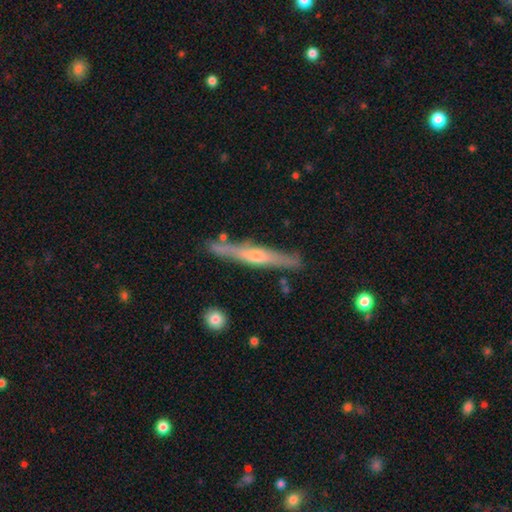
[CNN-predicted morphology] Smooth or featured? featured or disk (67%)
Edge-on disk? yes (96%)
Edge-on bulge? rounded (71%)
Merging? none (83%)